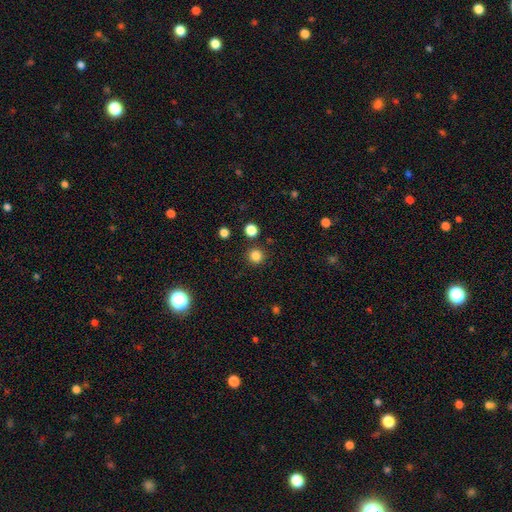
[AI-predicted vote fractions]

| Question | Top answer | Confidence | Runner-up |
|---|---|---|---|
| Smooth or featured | smooth | 83% | star or artifact (14%) |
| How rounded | round | 94% | in between (5%) |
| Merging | none | 89% | minor disturbance (6%) |